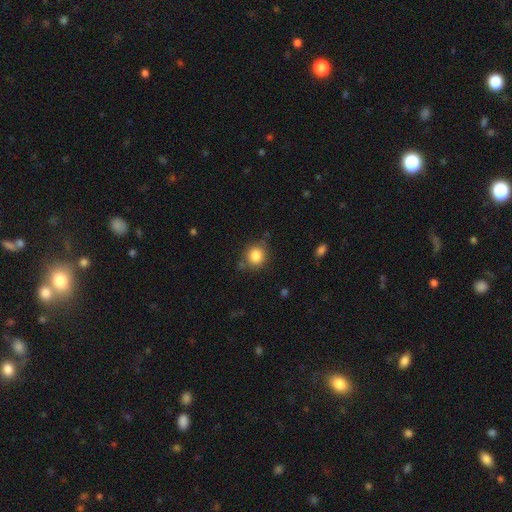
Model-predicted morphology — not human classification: Overall: smooth (84%). How rounded: round (82%). Merging: none (77%).